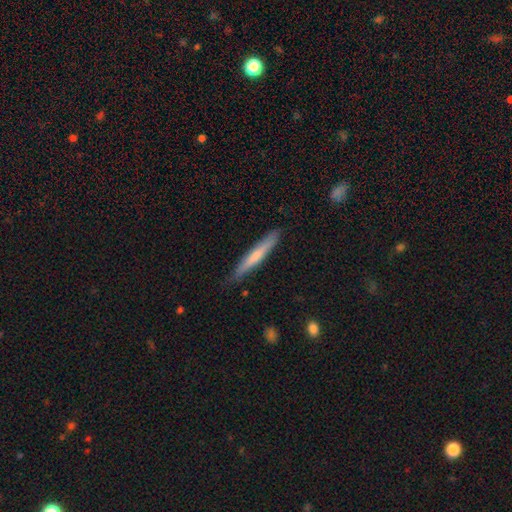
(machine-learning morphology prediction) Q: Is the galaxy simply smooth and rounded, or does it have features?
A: smooth — 60%.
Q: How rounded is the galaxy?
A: cigar-shaped — 95%.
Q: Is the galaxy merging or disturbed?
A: none — 85%.